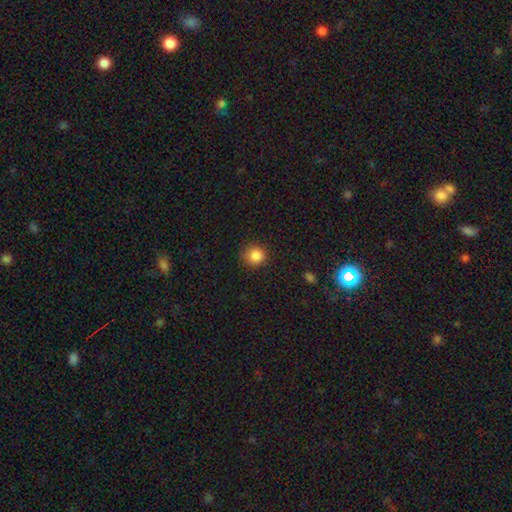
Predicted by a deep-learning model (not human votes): A smooth galaxy with no disk features (85%) that is round (91%). Merging: none (84%).